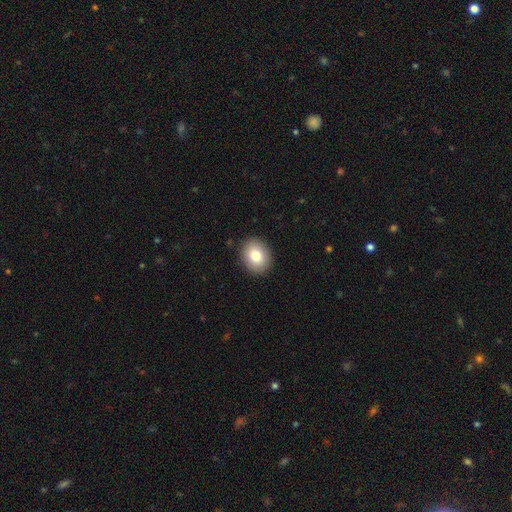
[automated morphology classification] Overall: smooth (80%). How rounded: round (53%; in between 46%). Merging: none (90%).